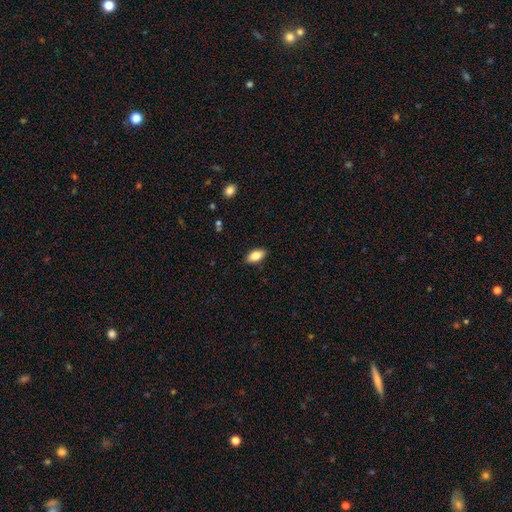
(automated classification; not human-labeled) A smooth galaxy with no disk features (81%) that is in between round and cigar-shaped (91%). Merging: none (88%).